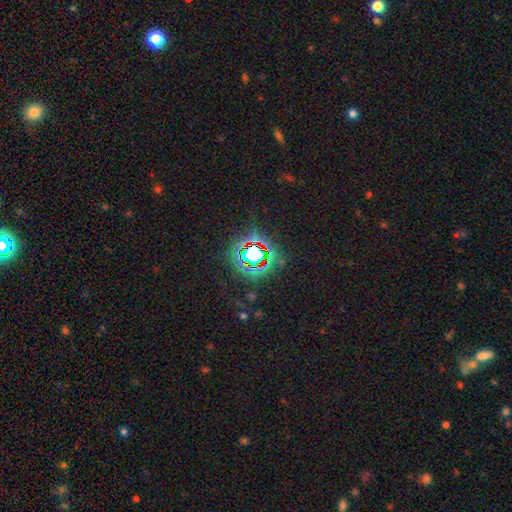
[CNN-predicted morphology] type=star or artifact (72%).